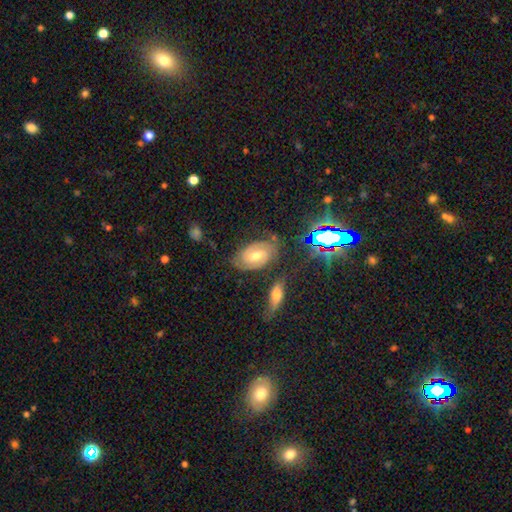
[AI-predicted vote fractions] A featured or disk galaxy (63%) with a weak bar (44%), spiral arms (81%) and a moderate central bulge (73%).

Vote fractions:
- Smooth or featured? featured or disk: 63% / smooth: 25% / star or artifact: 12%
- Edge-on disk? no: 94% / yes: 6%
- Bar? weak: 44% / no: 42% / strong: 15%
- Spiral arms? yes: 81% / no: 19%
- Bulge size? moderate: 73% / small: 15% / large: 9% / none: 2% / dominant: 1%
- Merging? none: 72% / minor disturbance: 18% / major disturbance: 6% / merger: 4%